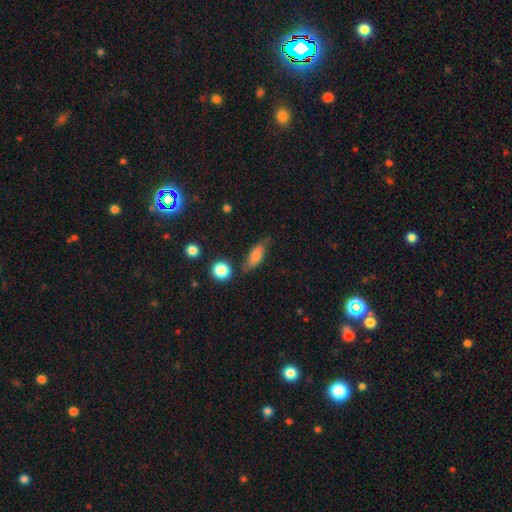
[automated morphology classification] A smooth galaxy with no disk features (72%) that is in between round and cigar-shaped (68%).

Vote fractions:
- Smooth or featured? smooth: 72% / featured or disk: 19% / star or artifact: 9%
- How rounded? in between: 68% / cigar-shaped: 26% / round: 6%
- Merging? none: 67% / minor disturbance: 23% / major disturbance: 6% / merger: 4%